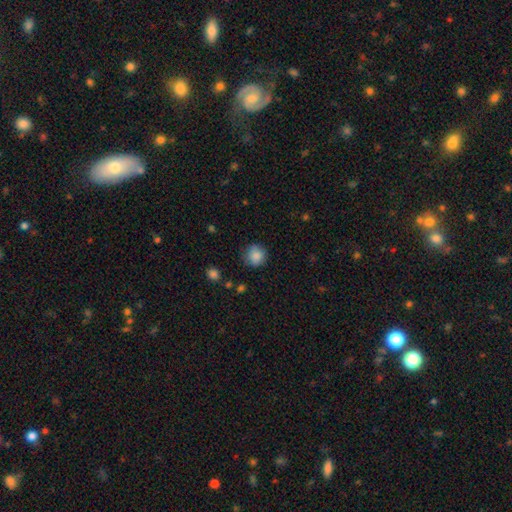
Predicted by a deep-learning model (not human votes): Q: Smooth or featured?
A: smooth (86%); runner-up: star or artifact (9%)
Q: How rounded?
A: round (88%); runner-up: in between (11%)
Q: Merging?
A: none (78%); runner-up: minor disturbance (17%)